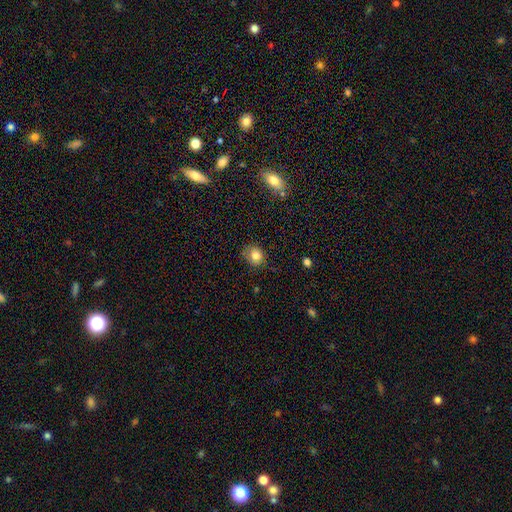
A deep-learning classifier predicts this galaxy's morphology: smooth-or-featured: smooth: 81% | star or artifact: 11% | featured or disk: 8%
  how-rounded: round: 67% | in between: 32% | cigar-shaped: 1%
  merging: none: 75% | minor disturbance: 19% | major disturbance: 4% | merger: 2%